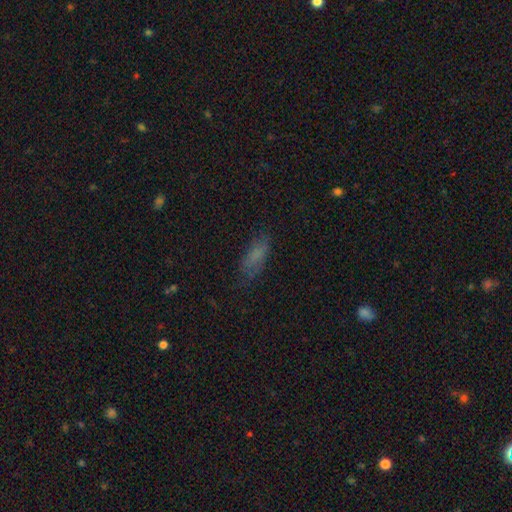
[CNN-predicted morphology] Smooth or featured? Predicted: smooth (p=0.71). How rounded? Predicted: in between (p=0.64). Merging? Predicted: none (p=0.69).